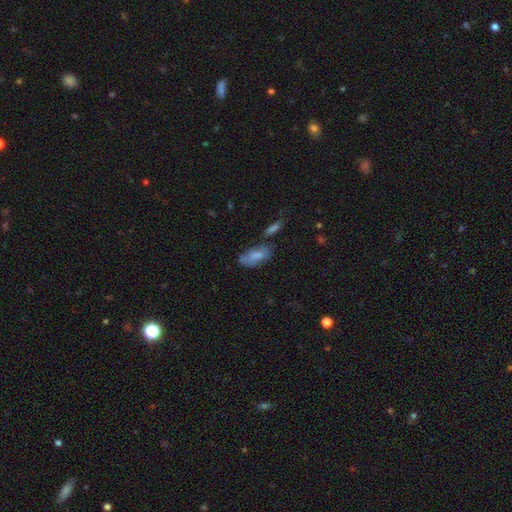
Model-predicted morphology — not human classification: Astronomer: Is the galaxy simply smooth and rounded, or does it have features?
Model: smooth — 70%.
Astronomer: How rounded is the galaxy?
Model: in between — 86%.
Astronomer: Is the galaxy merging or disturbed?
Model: none — 48% (runner-up: minor disturbance, 25%).